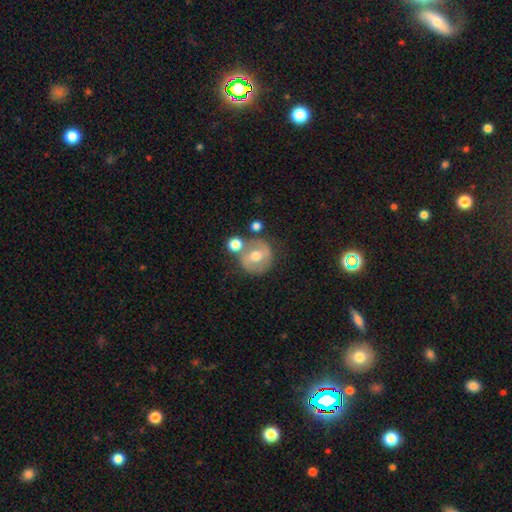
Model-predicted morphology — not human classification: A featured or disk galaxy (49%).

Vote fractions:
- Smooth or featured? featured or disk: 49% / smooth: 42% / star or artifact: 8%
- Merging? none: 63% / merger: 17% / minor disturbance: 14% / major disturbance: 5%